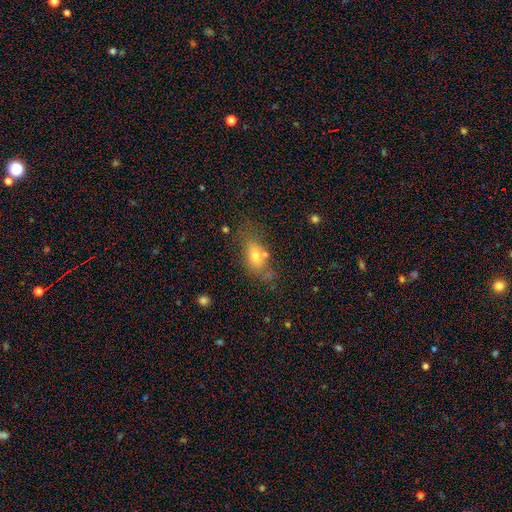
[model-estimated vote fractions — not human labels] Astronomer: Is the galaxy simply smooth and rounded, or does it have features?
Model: smooth — 69%.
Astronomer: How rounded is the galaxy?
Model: in between — 80%.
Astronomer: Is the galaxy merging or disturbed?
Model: none — 59%.